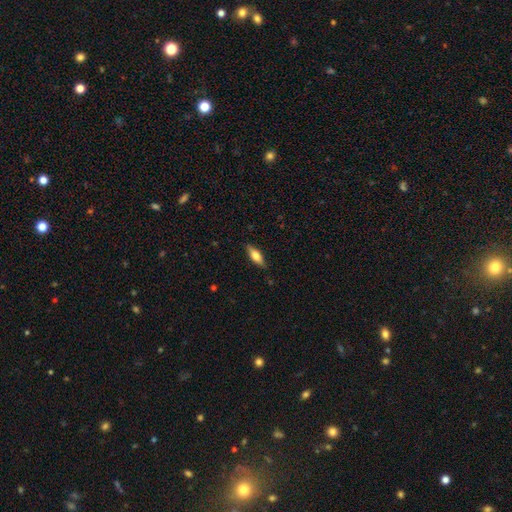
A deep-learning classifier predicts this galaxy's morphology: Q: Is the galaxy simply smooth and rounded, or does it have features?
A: smooth — 62%.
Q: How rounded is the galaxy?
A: in between — 59%.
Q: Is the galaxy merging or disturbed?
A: none — 87%.